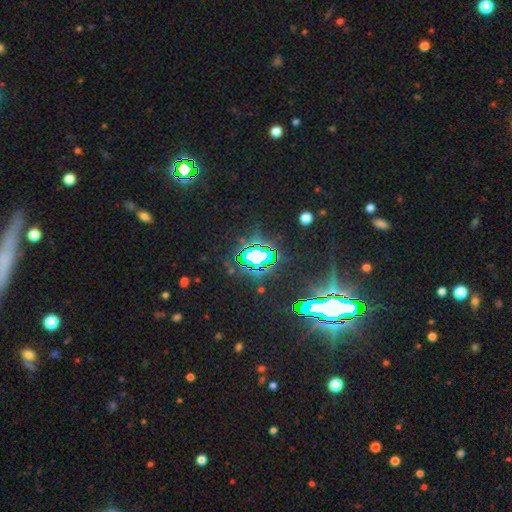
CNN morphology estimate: star or artifact 74%, smooth 15%, featured or disk 11%.